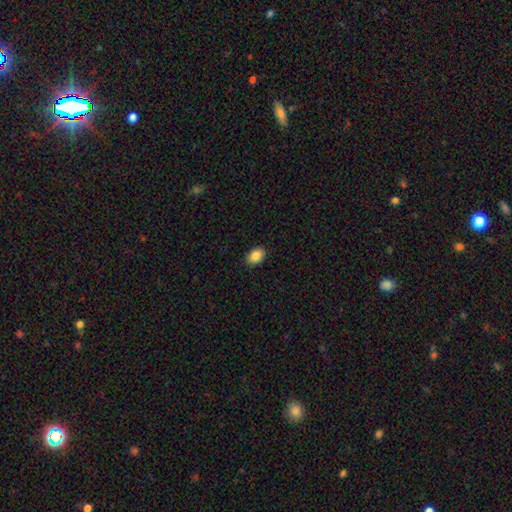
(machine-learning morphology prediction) Q: Smooth or featured?
A: smooth (87%); runner-up: star or artifact (8%)
Q: How rounded?
A: in between (80%); runner-up: round (19%)
Q: Merging?
A: none (90%); runner-up: minor disturbance (8%)